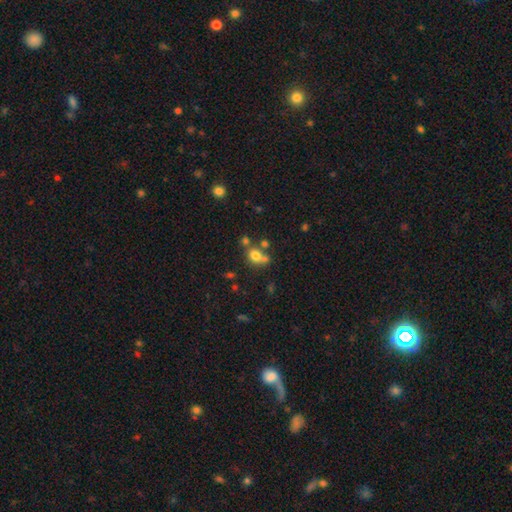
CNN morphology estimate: smooth_or_featured: smooth (p=0.73) [alt: star or artifact p=0.14]
how_rounded: round (p=0.56) [alt: in between p=0.42]
merging: none (p=0.46) [alt: merger p=0.36]